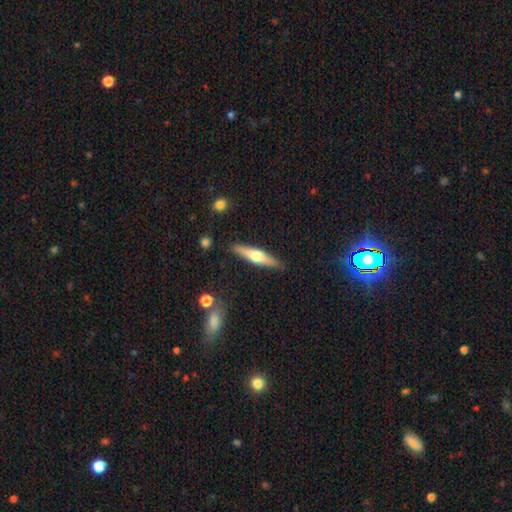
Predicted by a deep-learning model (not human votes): featured or disk 56%, smooth 39%, star or artifact 6%. Down the decision tree: edge-on disk — yes (95%); edge-on bulge — rounded (90%); merging — none (88%).